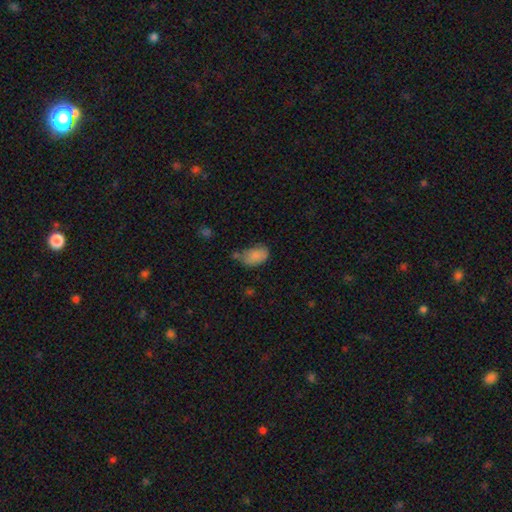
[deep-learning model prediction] This is clearly a smooth galaxy (84%). How rounded: clearly in between (90%). Merging: possibly none (51%).